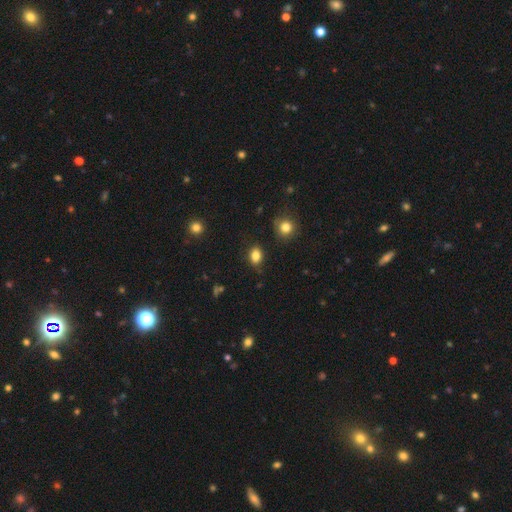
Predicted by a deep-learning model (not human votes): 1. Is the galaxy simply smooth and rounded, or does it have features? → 84% smooth, 10% star or artifact, 5% featured or disk.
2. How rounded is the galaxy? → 67% in between, 32% round, 1% cigar-shaped.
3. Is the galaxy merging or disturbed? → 83% none, 13% minor disturbance, 3% major disturbance, 2% merger.